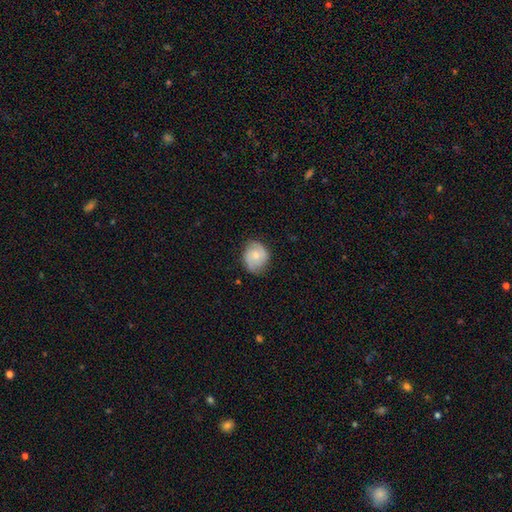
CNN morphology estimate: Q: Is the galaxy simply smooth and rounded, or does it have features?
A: featured or disk — 49%.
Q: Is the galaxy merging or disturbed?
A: none — 76%.